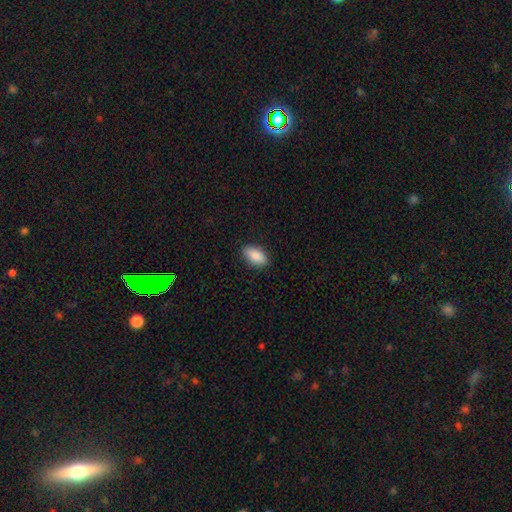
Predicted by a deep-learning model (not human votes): Smooth or featured: smooth — 89% (star or artifact — 7%)
How rounded: in between — 92% (cigar-shaped — 5%)
Merging: none — 88% (minor disturbance — 9%)